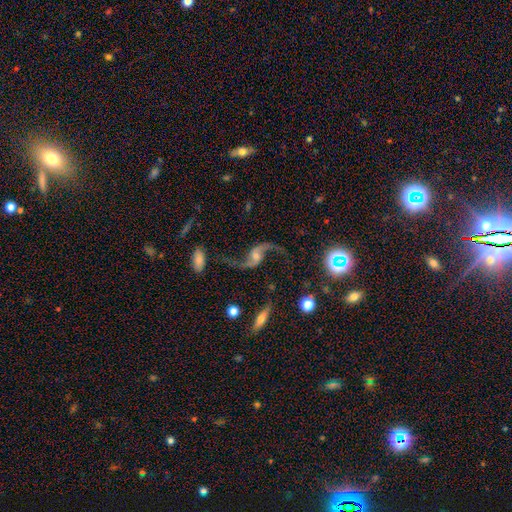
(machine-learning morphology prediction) A featured or disk galaxy (90%) with no bar (56%), 2 (95%) loose (92%) spiral arms (97%) and a small central bulge (45%).

Vote fractions:
- Smooth or featured? featured or disk: 90% / star or artifact: 6% / smooth: 4%
- Edge-on disk? no: 96% / yes: 4%
- Bar? no: 56% / weak: 33% / strong: 11%
- Spiral arms? yes: 97% / no: 3%
- Spiral winding? loose: 92% / medium: 6% / tight: 2%
- Spiral arm count? 2: 95% / 1: 2% / can't tell: 1% / 3: 1% / 4: 1% / more than 4: 1%
- Bulge size? small: 45% / moderate: 38% / none: 8% / large: 6% / dominant: 2%
- Merging? none: 74% / minor disturbance: 14% / major disturbance: 9% / merger: 4%